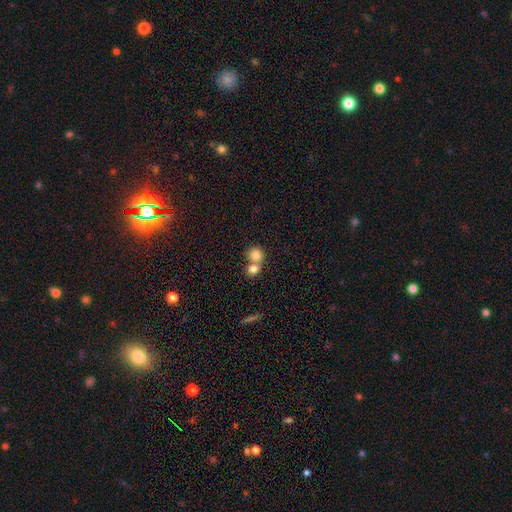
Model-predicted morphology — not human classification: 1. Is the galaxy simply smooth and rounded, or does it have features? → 80% smooth, 10% featured or disk, 10% star or artifact.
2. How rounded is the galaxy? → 85% round, 14% in between, 1% cigar-shaped.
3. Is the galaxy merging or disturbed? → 57% merger, 36% none, 5% minor disturbance, 2% major disturbance.